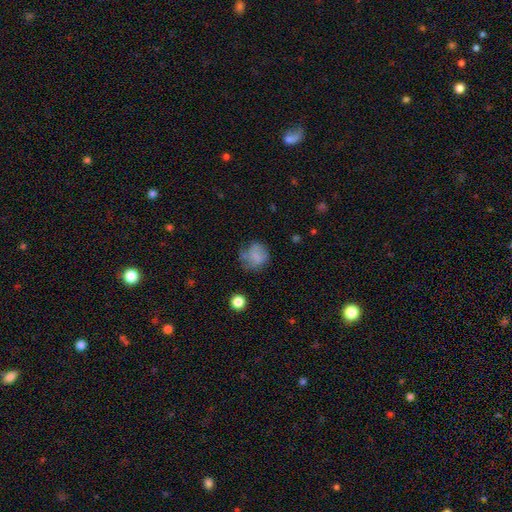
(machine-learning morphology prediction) A smooth galaxy with no disk features (65%) that is round (77%). Merging: none (53%).